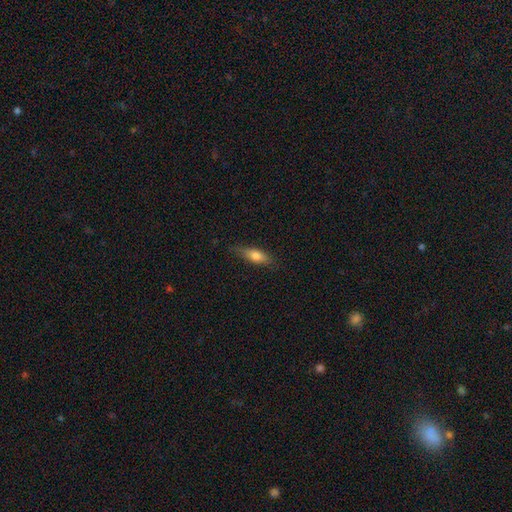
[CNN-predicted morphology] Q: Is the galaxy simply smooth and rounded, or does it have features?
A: smooth — 71%.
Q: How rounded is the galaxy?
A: in between — 56%.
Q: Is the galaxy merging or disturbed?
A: none — 76%.